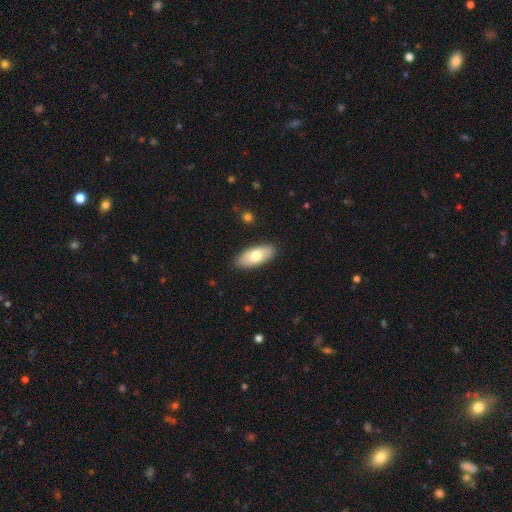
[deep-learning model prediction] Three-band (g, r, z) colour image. It shows a smooth galaxy with no disk features (71%) that is in between round and cigar-shaped (85%). Merging: none (88%).